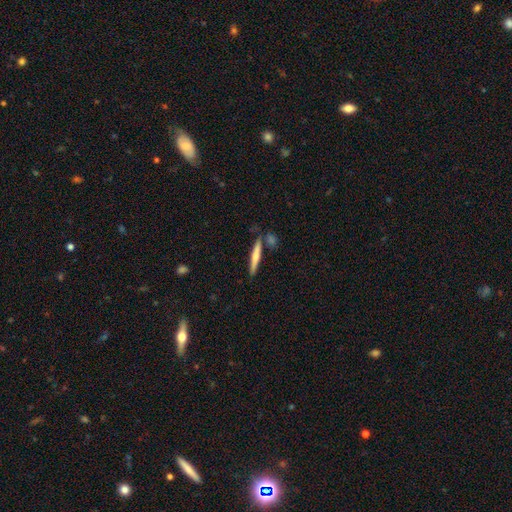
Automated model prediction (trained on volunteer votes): smooth 56%, featured or disk 39%, star or artifact 6%. Down the decision tree: how rounded — cigar-shaped (93%); merging — none (79%).